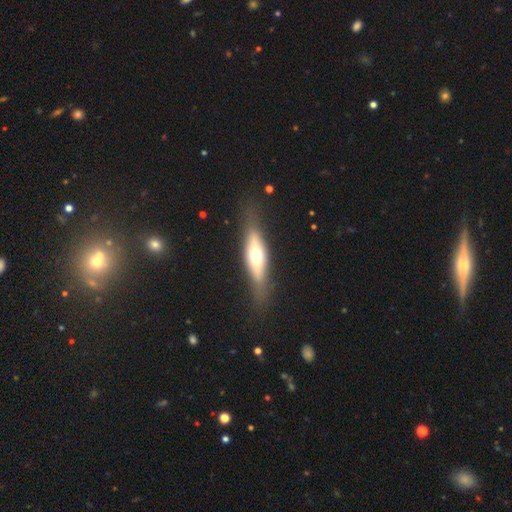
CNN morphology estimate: smooth-or-featured: featured or disk: 49% | smooth: 44% | star or artifact: 7%
  merging: none: 79% | minor disturbance: 14% | major disturbance: 6% | merger: 1%